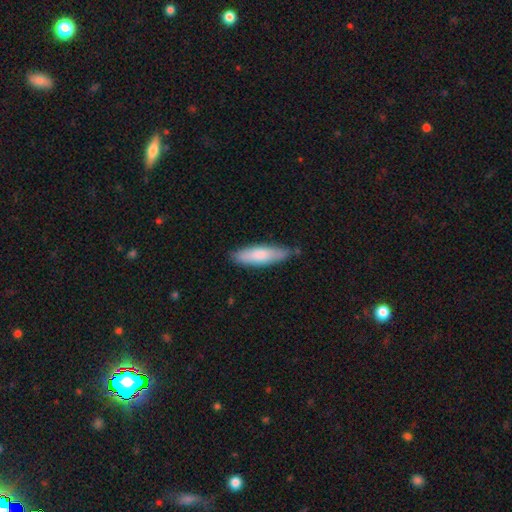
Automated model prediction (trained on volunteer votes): smooth_or_featured: smooth (p=0.75) [alt: featured or disk p=0.19]
how_rounded: cigar-shaped (p=0.64) [alt: in between p=0.34]
merging: none (p=0.82) [alt: minor disturbance p=0.15]